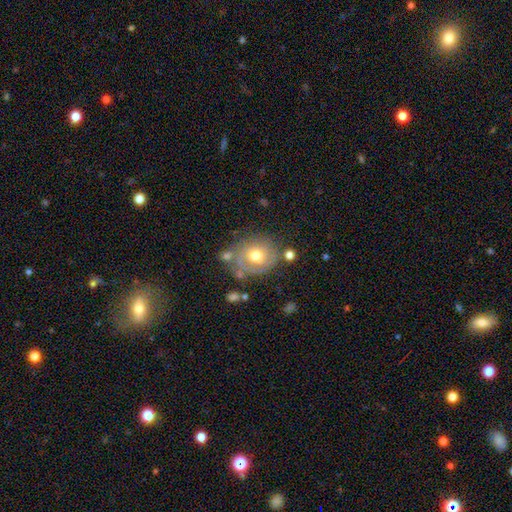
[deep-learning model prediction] Overall: featured or disk (54%; smooth 37%). Edge-on disk: no (96%). Bar: no (80%). Spiral arms: yes (62%; no 38%). Bulge size: moderate (73%). Merging: none (56%; minor disturbance 22%).